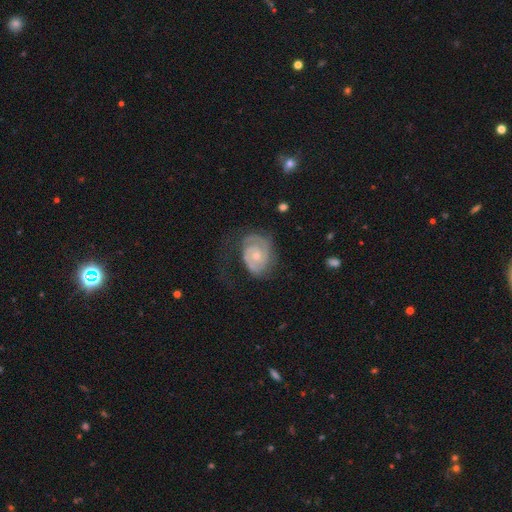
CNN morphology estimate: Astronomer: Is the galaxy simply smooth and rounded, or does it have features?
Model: featured or disk — 81%.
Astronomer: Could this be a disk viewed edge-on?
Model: no — 97%.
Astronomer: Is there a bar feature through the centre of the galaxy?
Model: no — 72%.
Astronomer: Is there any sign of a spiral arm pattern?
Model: yes — 93%.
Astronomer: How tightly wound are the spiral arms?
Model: tight — 60%.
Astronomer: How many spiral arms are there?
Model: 2 — 53%.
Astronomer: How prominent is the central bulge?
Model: small — 56% (runner-up: moderate, 40%).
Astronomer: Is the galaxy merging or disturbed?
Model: none — 54%.